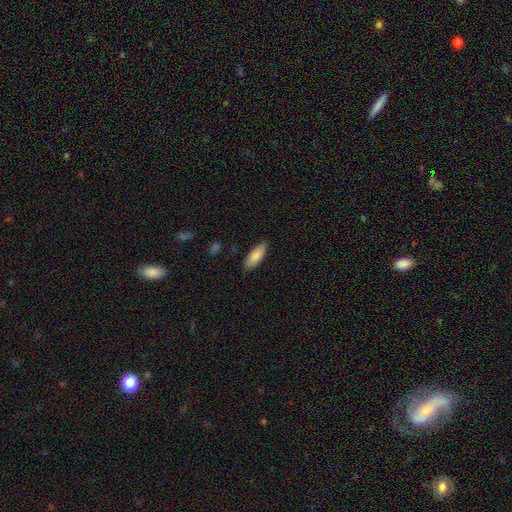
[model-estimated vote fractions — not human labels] Smooth or featured? Predicted: smooth (p=0.83). How rounded? Predicted: in between (p=0.69). Merging? Predicted: none (p=0.83).